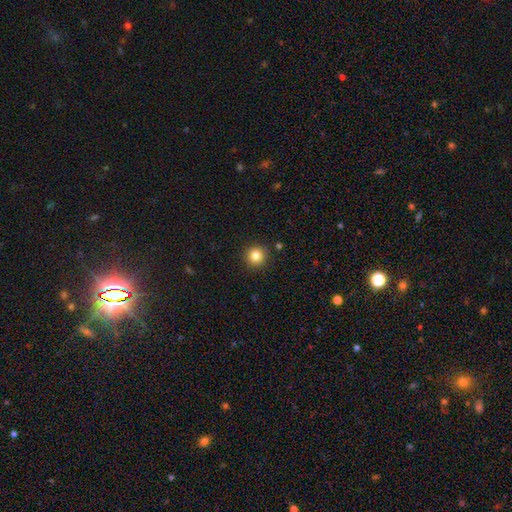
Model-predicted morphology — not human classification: smooth_or_featured: smooth (p=0.84) [alt: star or artifact p=0.11]
how_rounded: round (p=0.95) [alt: in between p=0.04]
merging: none (p=0.90) [alt: minor disturbance p=0.06]